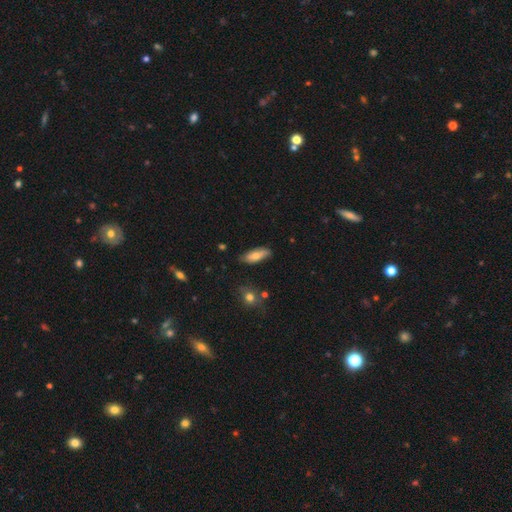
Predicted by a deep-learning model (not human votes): Smooth or featured?
  - smooth: 67% *
  - featured or disk: 26%
  - star or artifact: 7%
How rounded?
  - in between: 71% *
  - cigar-shaped: 27%
  - round: 3%
Merging?
  - none: 79% *
  - minor disturbance: 17%
  - major disturbance: 3%
  - merger: 2%